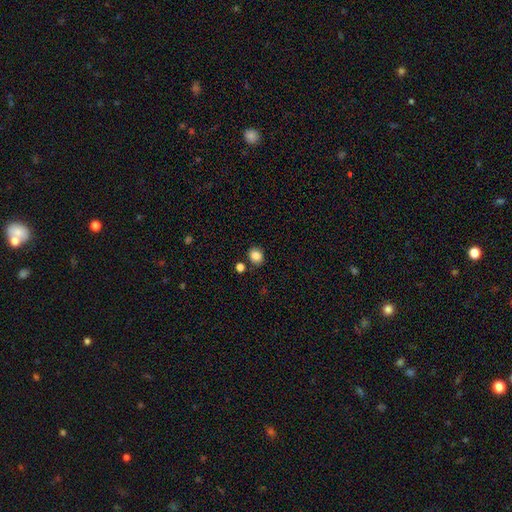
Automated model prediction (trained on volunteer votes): Overall: smooth (85%). How rounded: round (72%). Merging: none (85%).